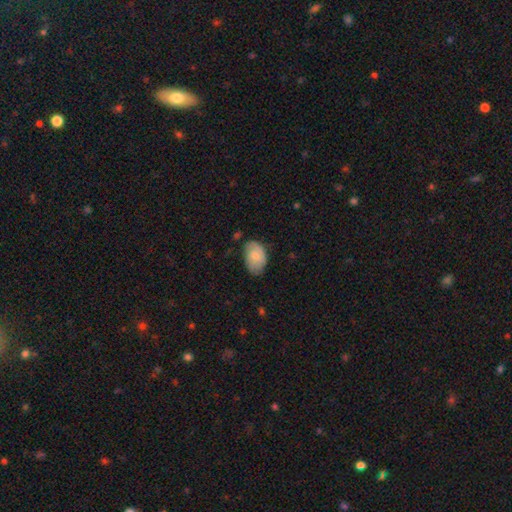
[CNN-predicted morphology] smooth_or_featured: smooth (p=0.71) [alt: featured or disk p=0.23]
how_rounded: in between (p=0.89) [alt: round p=0.10]
merging: none (p=0.60) [alt: minor disturbance p=0.31]